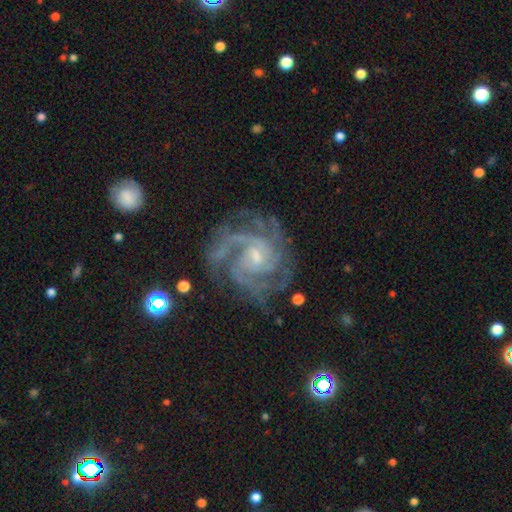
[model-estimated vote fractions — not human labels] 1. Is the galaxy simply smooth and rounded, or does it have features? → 90% featured or disk, 6% star or artifact, 4% smooth.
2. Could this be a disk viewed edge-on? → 98% no, 2% yes.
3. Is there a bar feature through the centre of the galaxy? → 49% weak, 42% no, 10% strong.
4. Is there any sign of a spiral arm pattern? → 97% yes, 3% no.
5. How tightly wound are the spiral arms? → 54% tight, 39% medium, 7% loose.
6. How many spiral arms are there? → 28% 3, 22% can't tell, 21% 4, 15% 2, 7% more than 4, 7% 1.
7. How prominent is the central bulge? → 56% small, 34% moderate, 7% none, 2% large, 1% dominant.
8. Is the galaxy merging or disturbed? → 69% none, 17% minor disturbance, 12% major disturbance, 2% merger.